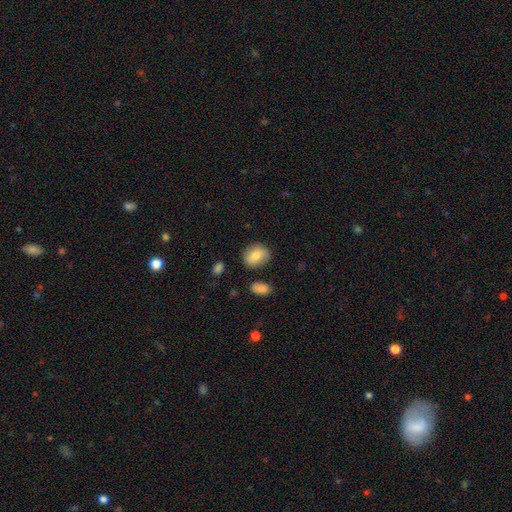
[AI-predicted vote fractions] A smooth galaxy with no disk features (79%) that is in between round and cigar-shaped (57%). Merging: none (79%).